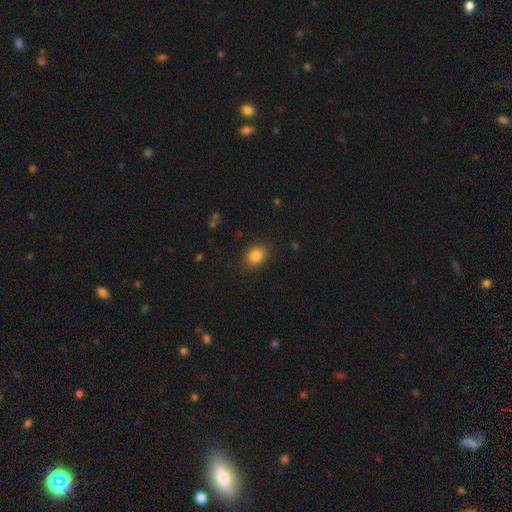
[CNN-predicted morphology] smooth-or-featured: smooth: 85% | star or artifact: 10% | featured or disk: 5%
  how-rounded: round: 55% | in between: 44% | cigar-shaped: 1%
  merging: none: 87% | minor disturbance: 9% | major disturbance: 3% | merger: 1%